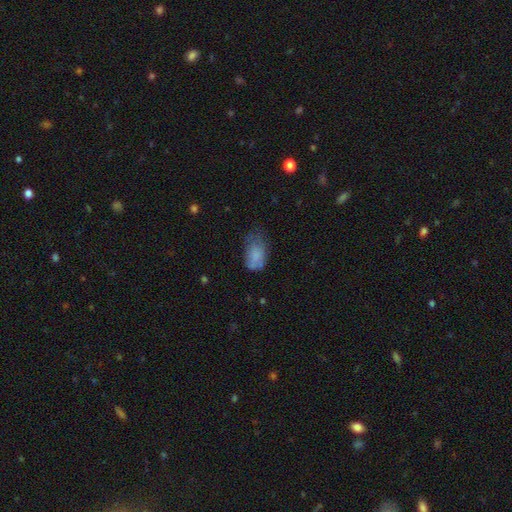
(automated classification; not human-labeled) Smooth or featured: smooth — 75% (featured or disk — 16%)
How rounded: in between — 89% (round — 9%)
Merging: none — 39% (minor disturbance — 37%)